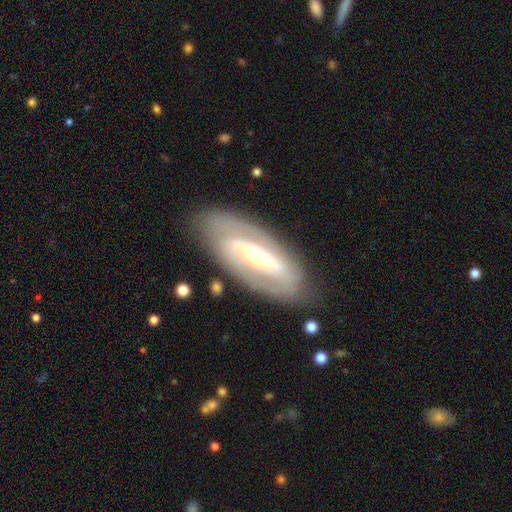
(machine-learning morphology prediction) smooth_or_featured: featured or disk (p=0.78) [alt: smooth p=0.17]
disk_edge_on: no (p=0.89) [alt: yes p=0.11]
bar: strong (p=0.50) [alt: weak p=0.28]
has_spiral_arms: yes (p=0.73) [alt: no p=0.27]
spiral_winding: tight (p=0.45) [alt: medium p=0.37]
spiral_arm_count: 2 (p=0.74) [alt: can't tell p=0.18]
bulge_size: small (p=0.53) [alt: moderate p=0.41]
merging: none (p=0.80) [alt: minor disturbance p=0.13]